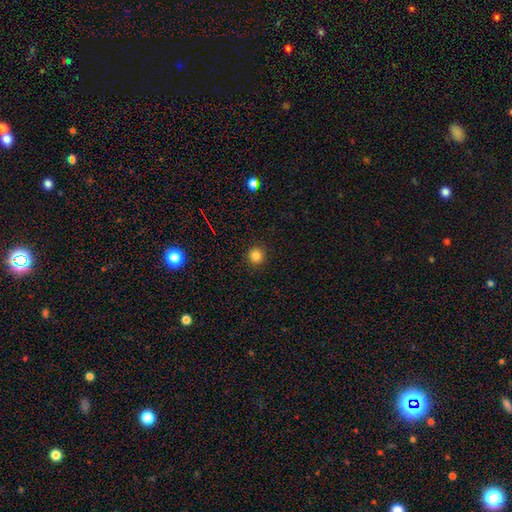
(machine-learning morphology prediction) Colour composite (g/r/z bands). It shows a smooth galaxy with no disk features (83%) that is round (94%). Merging: none (91%).